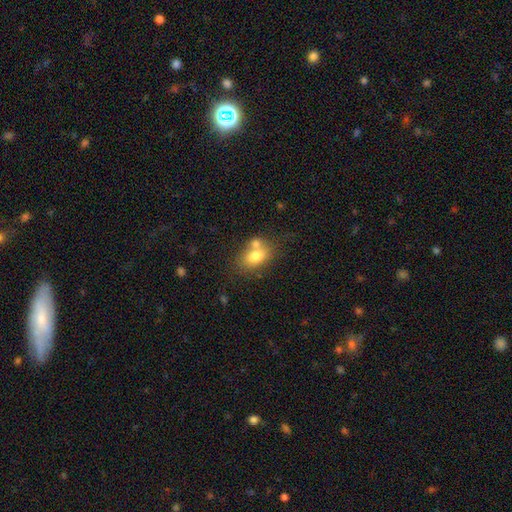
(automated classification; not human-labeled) Morphology: type=smooth (75%); roundness=in between (79%); merging=none (47%).